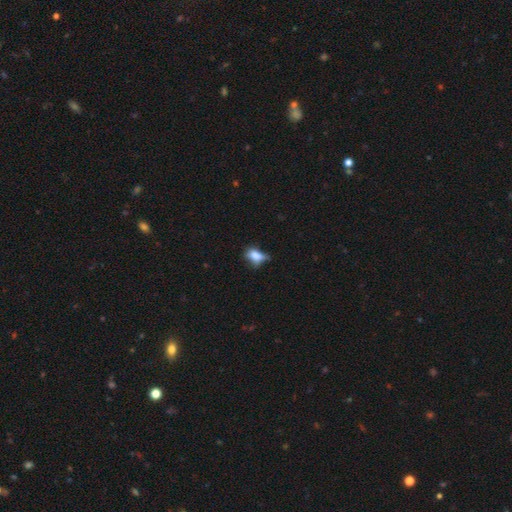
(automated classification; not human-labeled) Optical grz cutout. It shows a smooth galaxy with no disk features (69%) that is in between round and cigar-shaped (80%). Merging: none (37%).